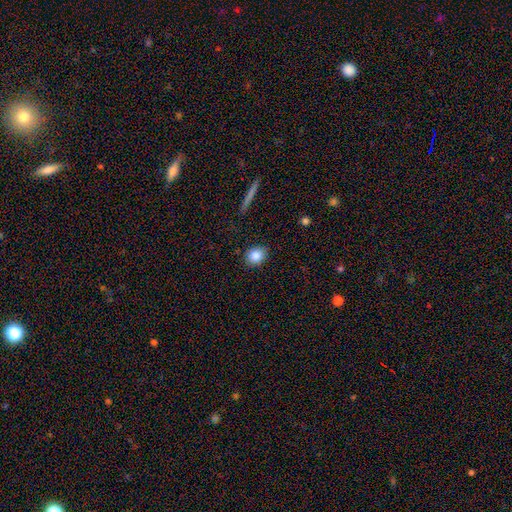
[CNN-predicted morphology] Q: Smooth or featured?
A: smooth (85%); runner-up: star or artifact (9%)
Q: How rounded?
A: round (57%); runner-up: in between (41%)
Q: Merging?
A: none (85%); runner-up: minor disturbance (11%)